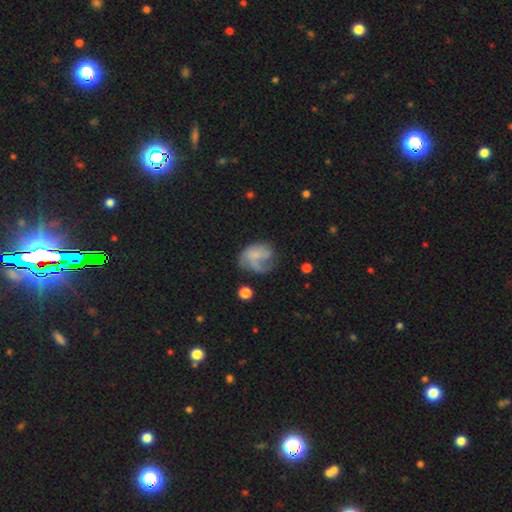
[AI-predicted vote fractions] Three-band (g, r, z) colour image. It shows a featured or disk galaxy (46%). Merging: major disturbance (38%).